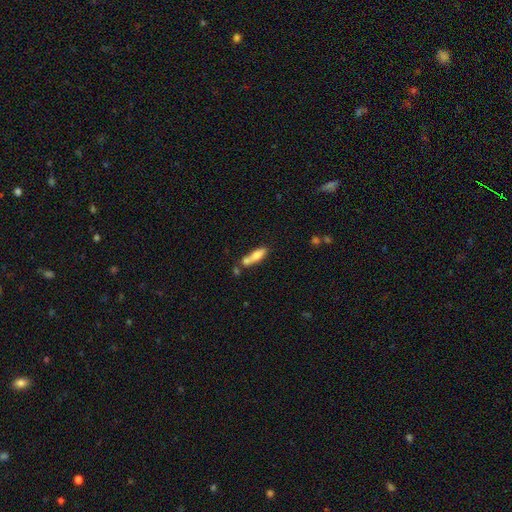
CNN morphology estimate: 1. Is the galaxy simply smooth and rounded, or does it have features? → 71% smooth, 21% featured or disk, 7% star or artifact.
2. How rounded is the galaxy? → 57% cigar-shaped, 41% in between, 3% round.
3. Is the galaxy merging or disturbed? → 42% merger, 35% none, 16% minor disturbance, 7% major disturbance.